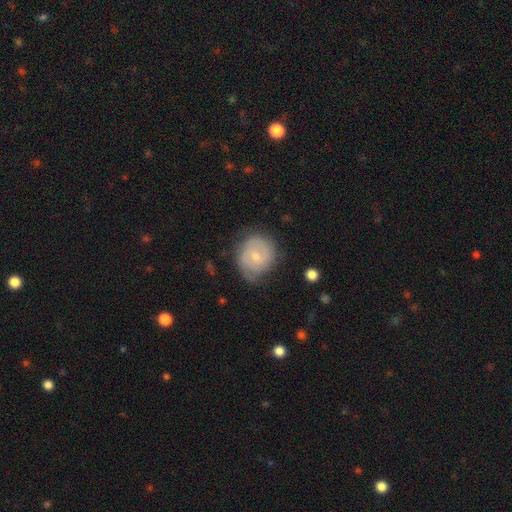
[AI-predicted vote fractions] featured or disk 65%, smooth 28%, star or artifact 6%. Down the decision tree: edge-on disk — no (98%); bar — no (50%); spiral arms — yes (89%); spiral arm count — 2 (64%); spiral winding — tight (53%); bulge size — small (61%); merging — none (69%).